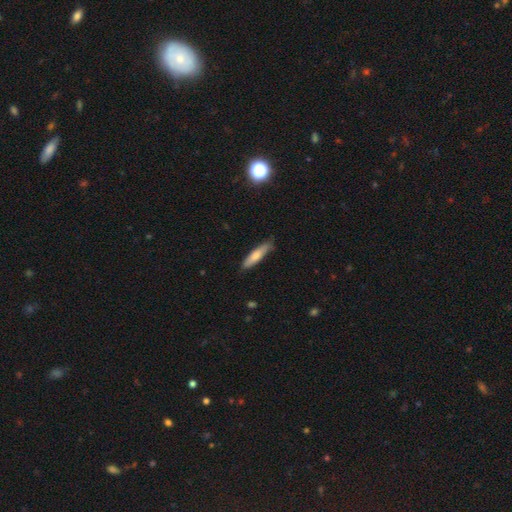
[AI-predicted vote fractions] A smooth galaxy with no disk features (72%) that is cigar-shaped (77%).

Vote fractions:
- Smooth or featured? smooth: 72% / featured or disk: 22% / star or artifact: 6%
- How rounded? cigar-shaped: 77% / in between: 21% / round: 1%
- Merging? none: 79% / minor disturbance: 17% / major disturbance: 3% / merger: 1%